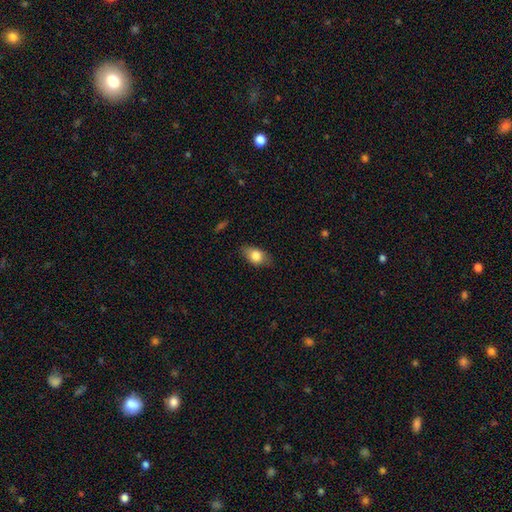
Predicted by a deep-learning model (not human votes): A smooth galaxy with no disk features (79%) that is in between round and cigar-shaped (83%).

Vote fractions:
- Smooth or featured? smooth: 79% / featured or disk: 14% / star or artifact: 7%
- How rounded? in between: 83% / round: 13% / cigar-shaped: 4%
- Merging? none: 78% / minor disturbance: 17% / major disturbance: 4% / merger: 1%